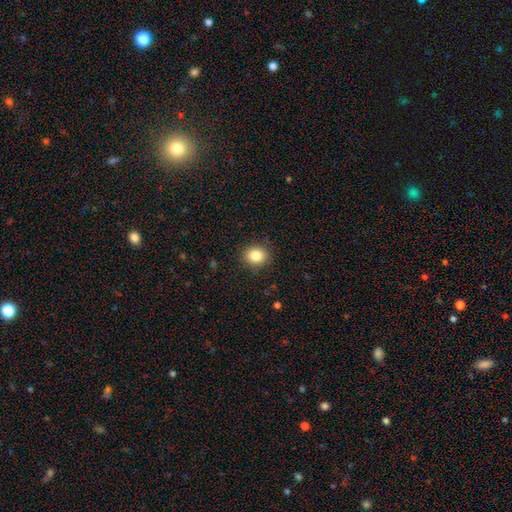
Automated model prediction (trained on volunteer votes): smooth 84%, star or artifact 10%, featured or disk 6%. Down the decision tree: how rounded — round (67%); merging — none (88%).